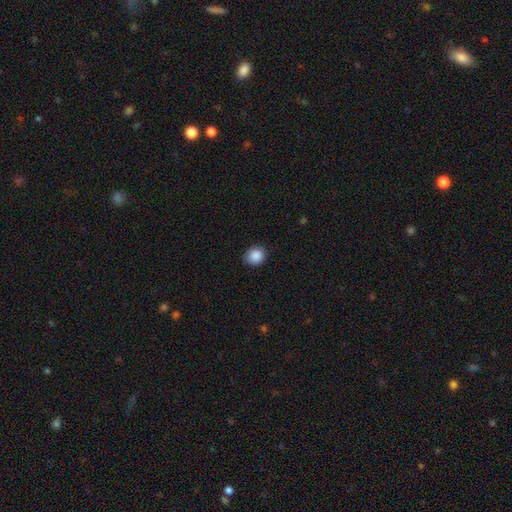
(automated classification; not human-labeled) Smooth or featured: smooth — 88% (star or artifact — 9%)
How rounded: round — 75% (in between — 24%)
Merging: none — 83% (minor disturbance — 14%)